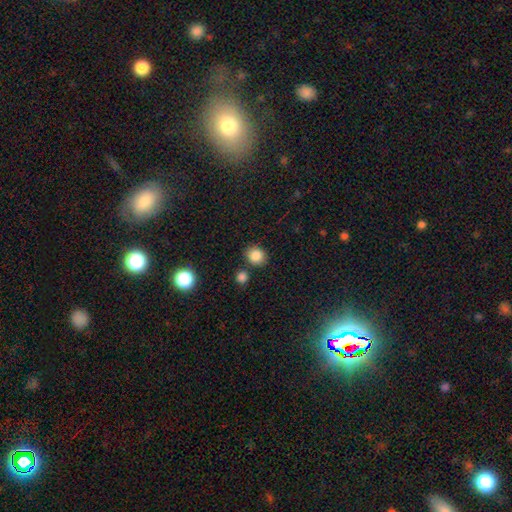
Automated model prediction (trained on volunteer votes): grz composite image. It shows a smooth galaxy with no disk features (85%) that is round (77%). Merging: none (78%).